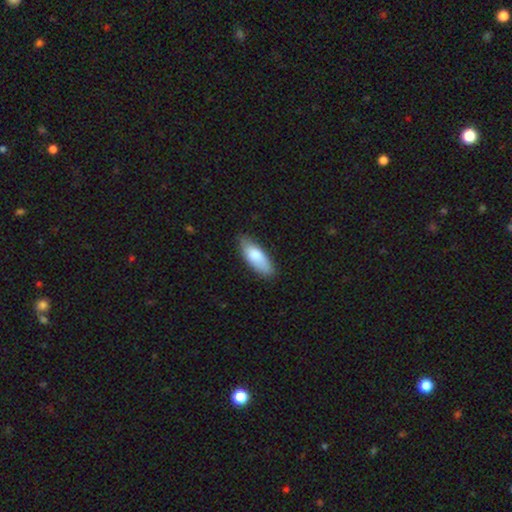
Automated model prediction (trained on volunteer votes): smooth-or-featured: smooth: 81% | featured or disk: 13% | star or artifact: 5%
  how-rounded: in between: 71% | cigar-shaped: 27% | round: 2%
  merging: none: 81% | minor disturbance: 15% | major disturbance: 2% | merger: 1%